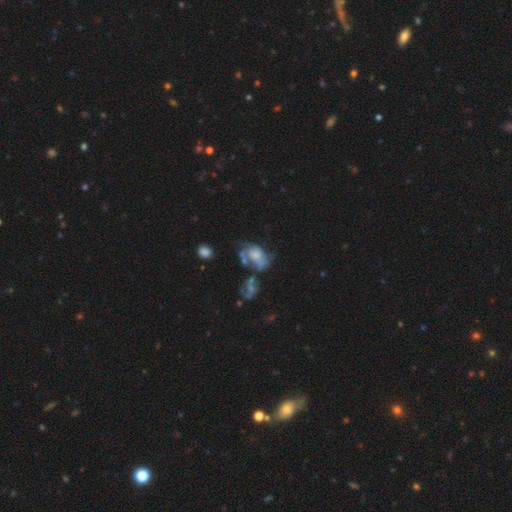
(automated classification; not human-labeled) A featured or disk galaxy (55%) with no bar (79%), no spiral arms (50%, tied with yes) and a moderate central bulge (31%).

Vote fractions:
- Smooth or featured? featured or disk: 55% / smooth: 34% / star or artifact: 11%
- Edge-on disk? no: 97% / yes: 3%
- Bar? no: 79% / weak: 17% / strong: 4%
- Spiral arms? no: 50% (tied) / yes: 50% (tied)
- Bulge size? moderate: 31% / none: 28% / small: 23% / large: 15% / dominant: 3%
- Merging? major disturbance: 29% / merger: 28% / none: 24% / minor disturbance: 19%